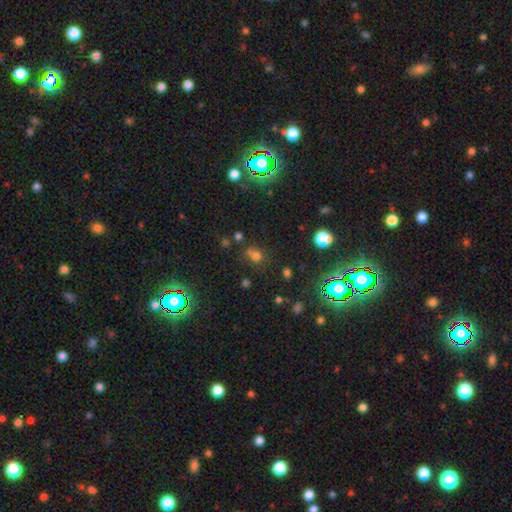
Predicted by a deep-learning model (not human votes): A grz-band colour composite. It shows a smooth galaxy with no disk features (59%) that is round (68%). Merging: none (55%).